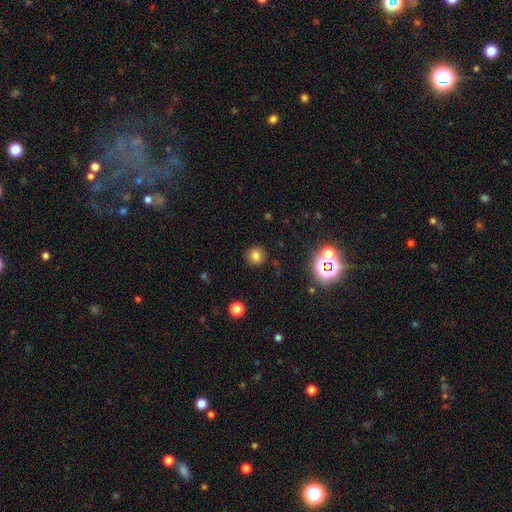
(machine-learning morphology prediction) Smooth or featured? Predicted: smooth (p=0.77). How rounded? Predicted: round (p=0.93). Merging? Predicted: none (p=0.90).